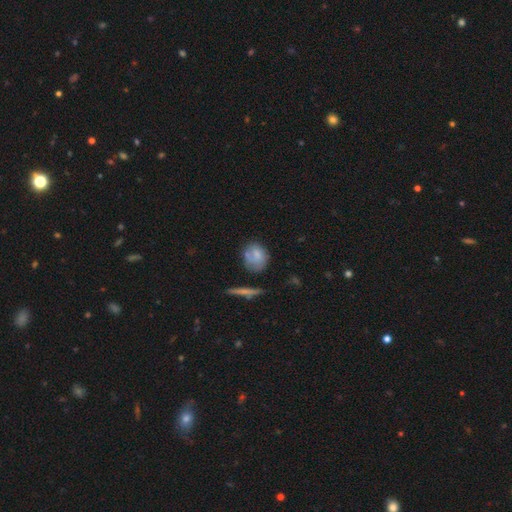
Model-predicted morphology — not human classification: The model was most divided on "how rounded": round: 56%, in between: 42%, cigar-shaped: 2%. More confident: smooth or featured — smooth (67%); merging — none (53%).